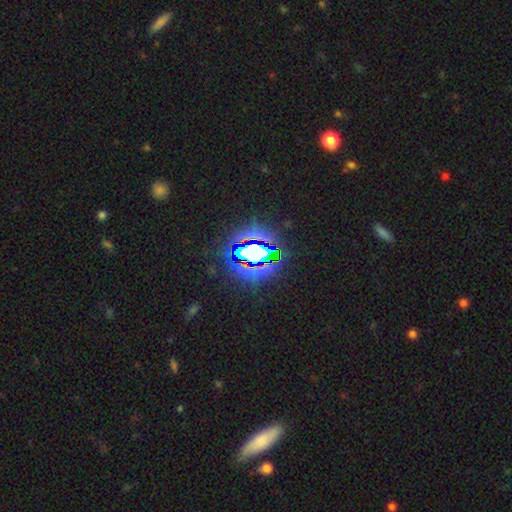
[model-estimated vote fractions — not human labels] Smooth or featured? Predicted: star or artifact (p=0.76).